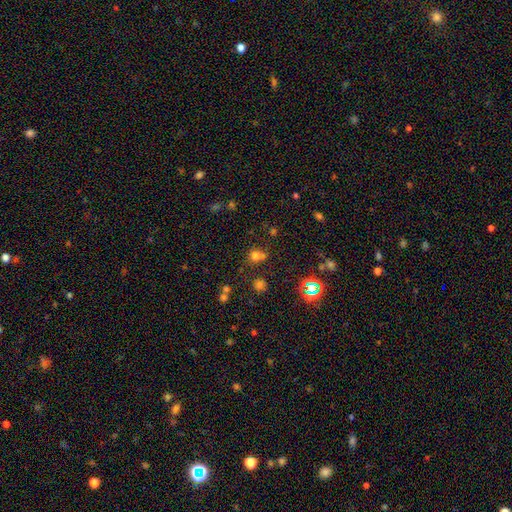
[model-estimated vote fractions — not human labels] This is likely a smooth galaxy (65%). How rounded: clearly round (86%). Merging: possibly none (58%).